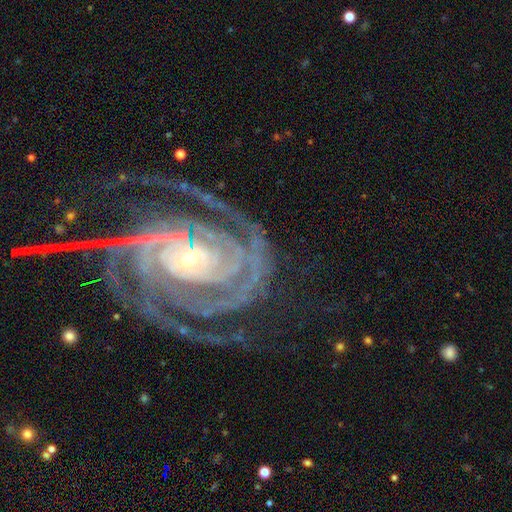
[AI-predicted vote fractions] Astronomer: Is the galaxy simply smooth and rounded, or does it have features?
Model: featured or disk — 92%.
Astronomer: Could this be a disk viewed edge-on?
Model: no — 97%.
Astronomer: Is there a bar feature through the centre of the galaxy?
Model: no — 56%.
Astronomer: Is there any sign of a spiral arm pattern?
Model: yes — 99%.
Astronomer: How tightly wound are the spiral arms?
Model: tight — 74%.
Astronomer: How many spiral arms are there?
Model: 2 — 35% (runner-up: 3, 20%).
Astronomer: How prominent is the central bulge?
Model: small — 69%.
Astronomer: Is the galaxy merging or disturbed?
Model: none — 69%.